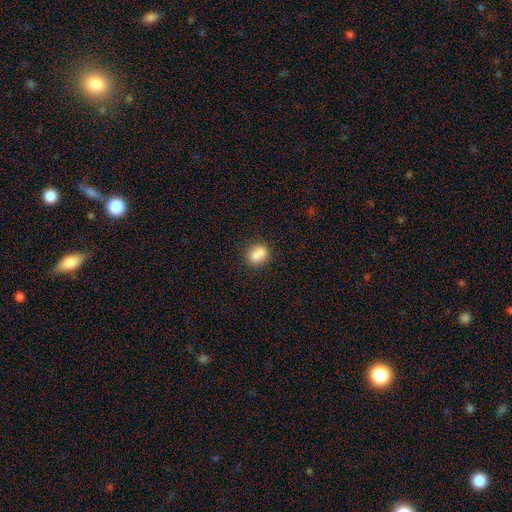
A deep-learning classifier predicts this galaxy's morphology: Q: Smooth or featured?
A: smooth (79%); runner-up: featured or disk (12%)
Q: How rounded?
A: round (60%); runner-up: in between (39%)
Q: Merging?
A: none (54%); runner-up: merger (28%)